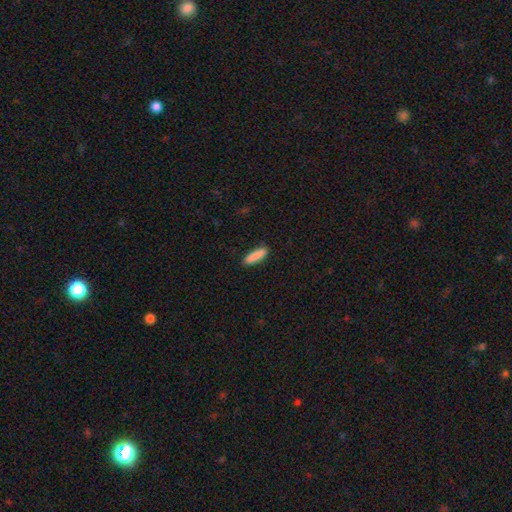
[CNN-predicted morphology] Overall: smooth (89%). How rounded: cigar-shaped (70%). Merging: none (89%).